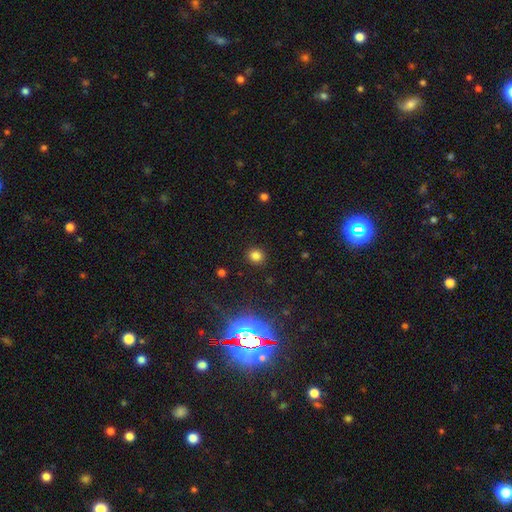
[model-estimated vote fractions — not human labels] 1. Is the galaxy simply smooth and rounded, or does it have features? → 78% smooth, 17% star or artifact, 5% featured or disk.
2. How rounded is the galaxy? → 82% round, 17% in between, 1% cigar-shaped.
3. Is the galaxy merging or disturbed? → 90% none, 6% minor disturbance, 2% major disturbance, 1% merger.